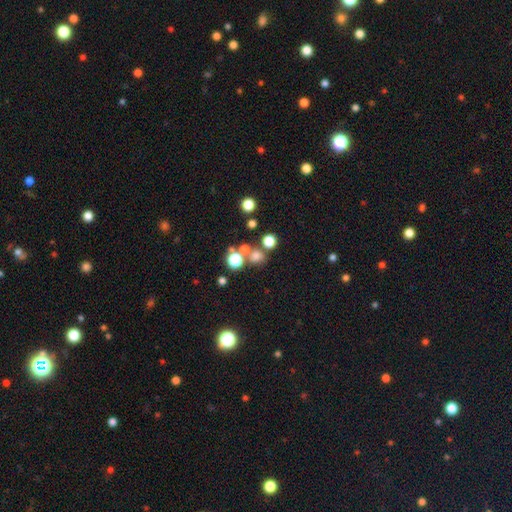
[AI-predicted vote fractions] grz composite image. It shows a smooth galaxy with no disk features (67%) that is round (86%). Merging: none (64%).